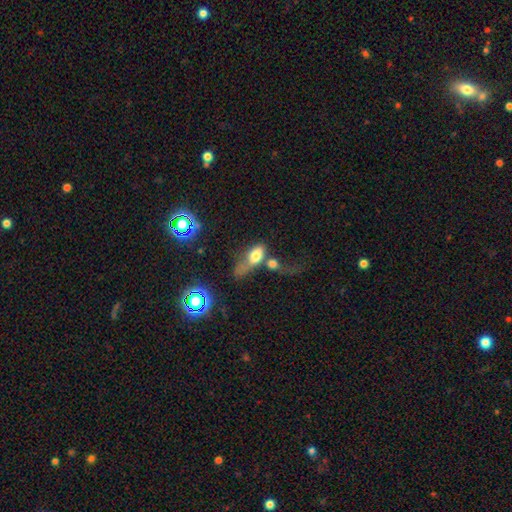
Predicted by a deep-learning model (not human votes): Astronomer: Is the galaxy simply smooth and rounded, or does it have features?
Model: smooth — 66%.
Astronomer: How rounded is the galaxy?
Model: in between — 81%.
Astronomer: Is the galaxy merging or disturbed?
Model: merger — 46% (runner-up: major disturbance, 28%).